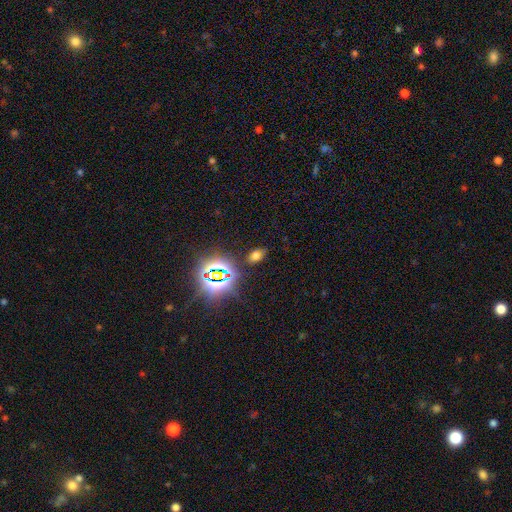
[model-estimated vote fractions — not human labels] smooth 58%, star or artifact 34%, featured or disk 8%. Down the decision tree: how rounded — in between (84%); merging — none (82%).